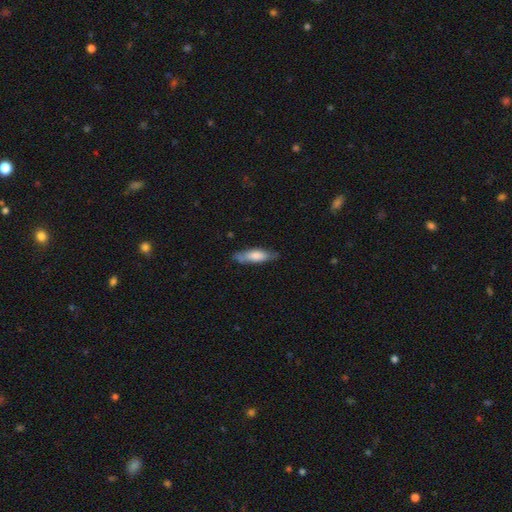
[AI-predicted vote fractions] smooth 68%, featured or disk 26%, star or artifact 6%. Down the decision tree: how rounded — cigar-shaped (53%); merging — none (71%).